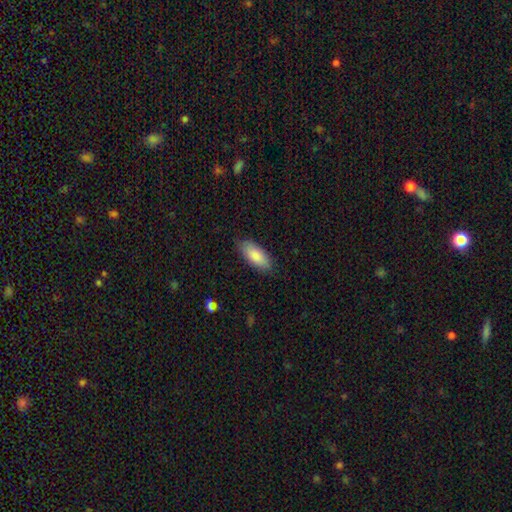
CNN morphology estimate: smooth 86%, featured or disk 8%, star or artifact 6%. Down the decision tree: how rounded — in between (85%); merging — none (82%).